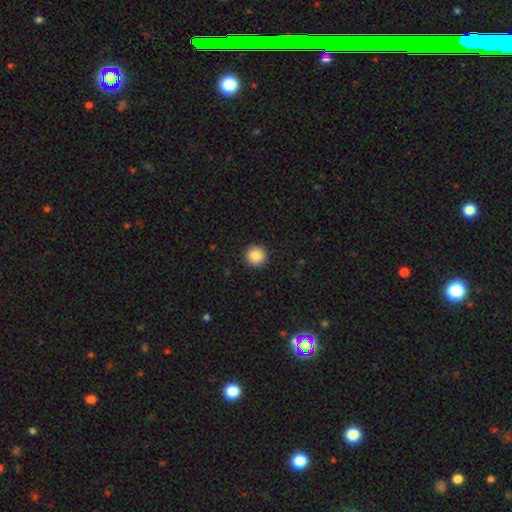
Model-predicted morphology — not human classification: type=smooth (87%); roundness=round (96%); merging=none (92%).